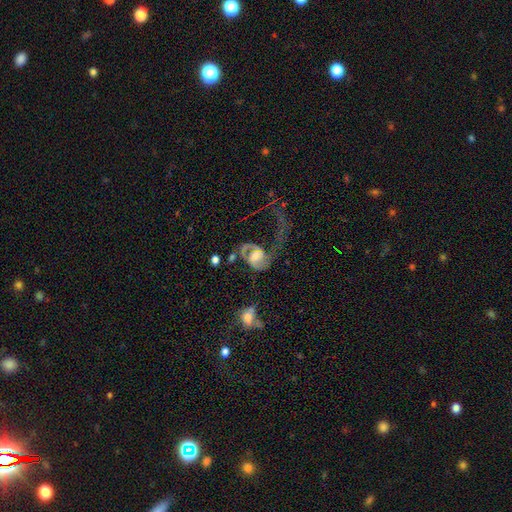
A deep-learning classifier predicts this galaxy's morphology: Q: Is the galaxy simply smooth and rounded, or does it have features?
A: featured or disk — 78%.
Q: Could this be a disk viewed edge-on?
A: no — 98%.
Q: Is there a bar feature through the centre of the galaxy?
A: weak — 43%, tied with no.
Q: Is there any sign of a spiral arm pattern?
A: yes — 90%.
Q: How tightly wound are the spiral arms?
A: loose — 48%.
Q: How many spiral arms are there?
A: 2 — 66%.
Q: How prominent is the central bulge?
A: moderate — 51%.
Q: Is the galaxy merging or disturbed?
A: major disturbance — 50%.